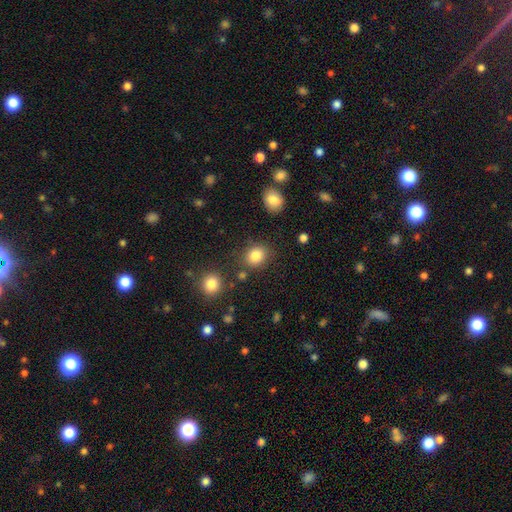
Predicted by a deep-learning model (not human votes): Smooth or featured? Predicted: smooth (p=0.84). How rounded? Predicted: round (p=0.65). Merging? Predicted: none (p=0.80).